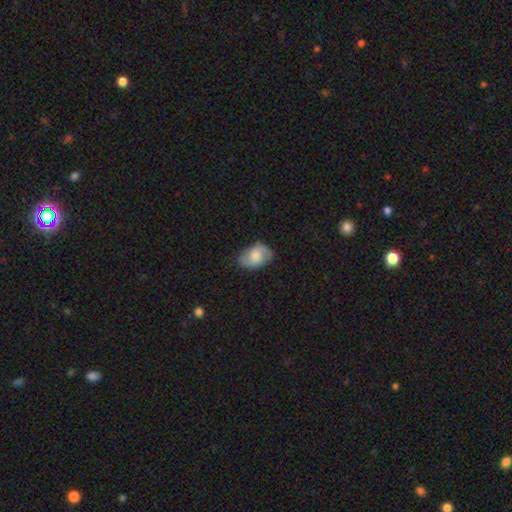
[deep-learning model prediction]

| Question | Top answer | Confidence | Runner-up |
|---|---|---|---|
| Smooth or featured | smooth | 52% | featured or disk (40%) |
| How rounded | in between | 85% | round (14%) |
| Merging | none | 71% | minor disturbance (21%) |